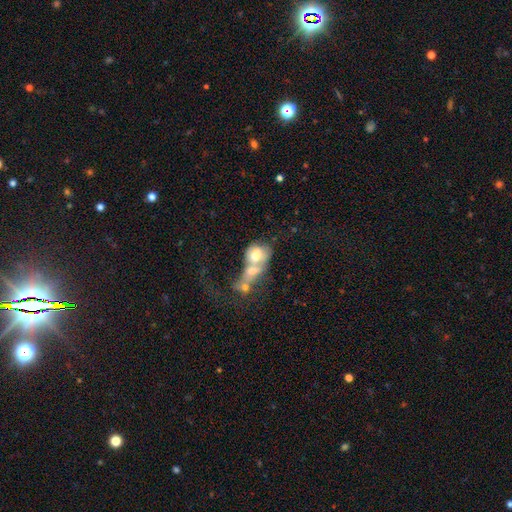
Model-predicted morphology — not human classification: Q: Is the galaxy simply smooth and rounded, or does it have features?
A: smooth — 56%.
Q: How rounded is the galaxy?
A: in between — 55%.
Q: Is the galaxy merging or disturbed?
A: merger — 75%.